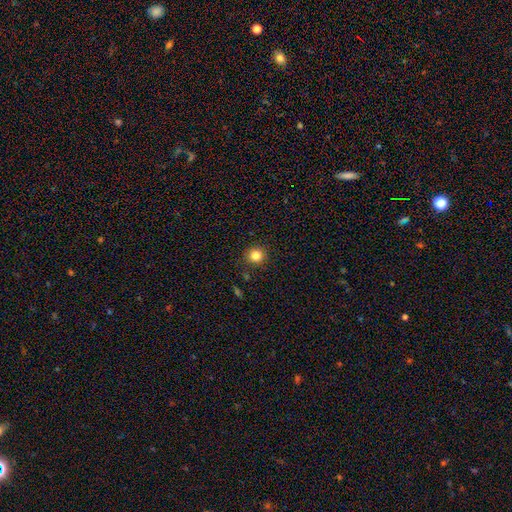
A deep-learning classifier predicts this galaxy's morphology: Overall: smooth (83%). How rounded: round (90%). Merging: none (89%).